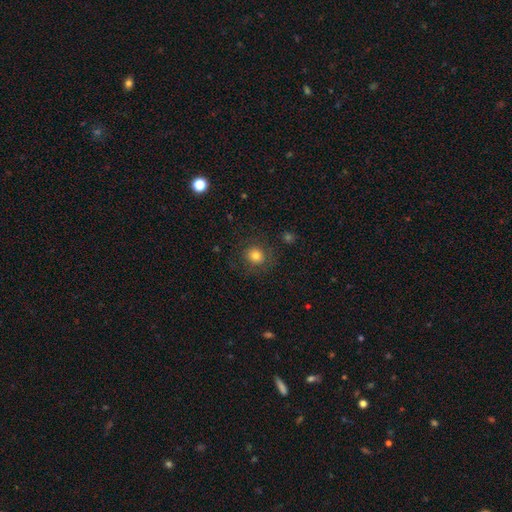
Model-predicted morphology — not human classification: A smooth galaxy with no disk features (79%) that is round (89%). Merging: none (82%).